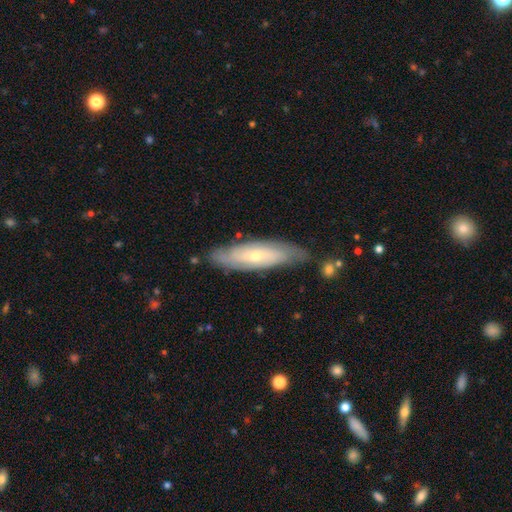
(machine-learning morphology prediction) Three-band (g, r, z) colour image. It shows a featured or disk galaxy (61%). Merging: none (78%).